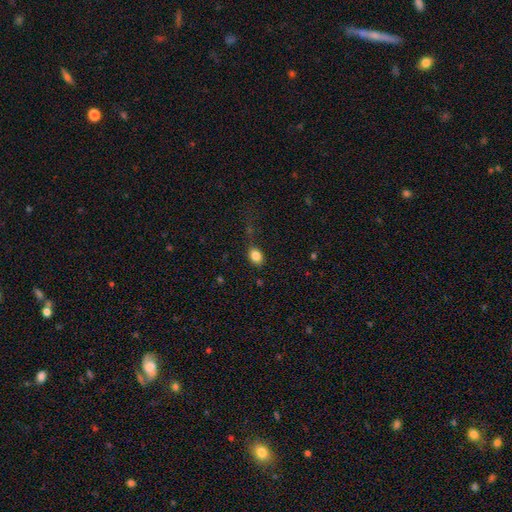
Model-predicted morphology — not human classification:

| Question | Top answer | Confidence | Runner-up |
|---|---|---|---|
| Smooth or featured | smooth | 84% | star or artifact (10%) |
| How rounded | in between | 60% | round (39%) |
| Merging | none | 74% | minor disturbance (16%) |